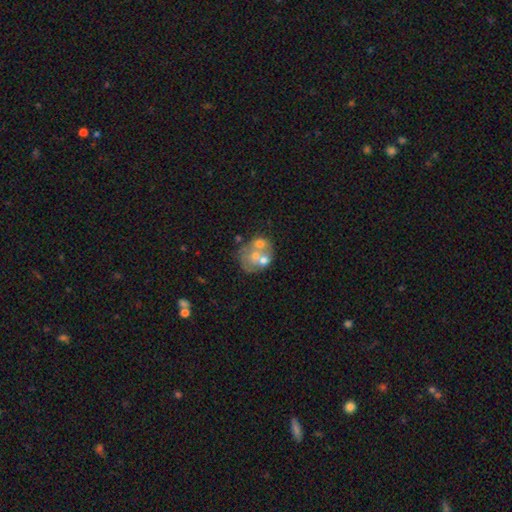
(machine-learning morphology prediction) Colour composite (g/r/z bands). It shows a featured or disk galaxy (52%) with no bar (92%), no spiral arms (90%) and a moderate central bulge (40%). Merging: merger (44%).